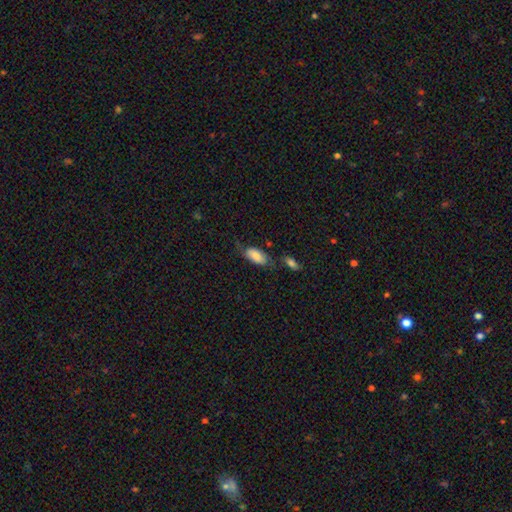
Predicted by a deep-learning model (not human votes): A smooth galaxy with no disk features (77%) that is in between round and cigar-shaped (90%).

Vote fractions:
- Smooth or featured? smooth: 77% / featured or disk: 16% / star or artifact: 7%
- How rounded? in between: 90% / cigar-shaped: 7% / round: 2%
- Merging? none: 52% / minor disturbance: 27% / major disturbance: 12% / merger: 10%